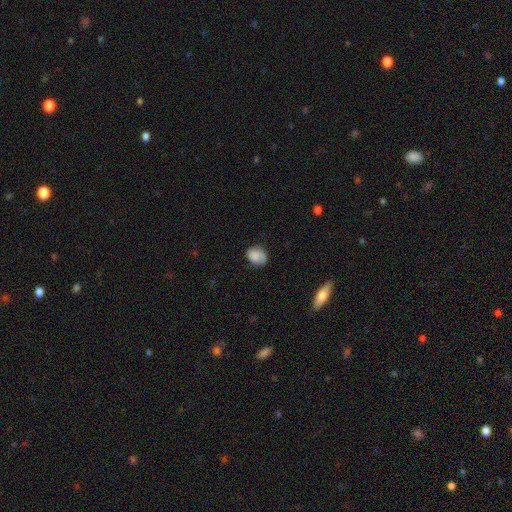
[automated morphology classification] A smooth galaxy with no disk features (75%) that is in between round and cigar-shaped (55%).

Vote fractions:
- Smooth or featured? smooth: 75% / featured or disk: 17% / star or artifact: 8%
- How rounded? in between: 55% / round: 44% / cigar-shaped: 1%
- Merging? none: 63% / minor disturbance: 27% / major disturbance: 8% / merger: 2%